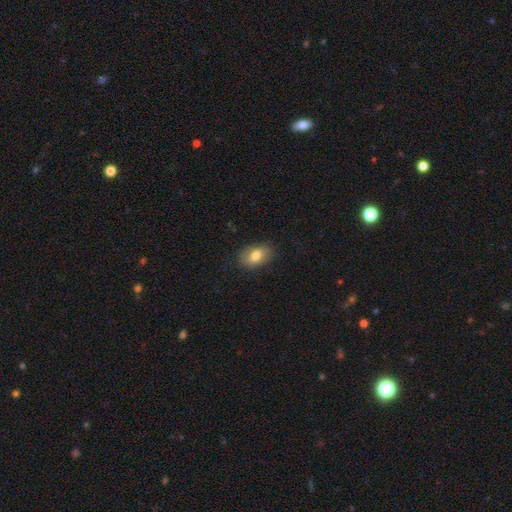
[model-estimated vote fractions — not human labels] Smooth or featured?
  - smooth: 74% *
  - featured or disk: 19%
  - star or artifact: 8%
How rounded?
  - in between: 86% *
  - round: 12%
  - cigar-shaped: 2%
Merging?
  - none: 82% *
  - minor disturbance: 14%
  - major disturbance: 3%
  - merger: 1%